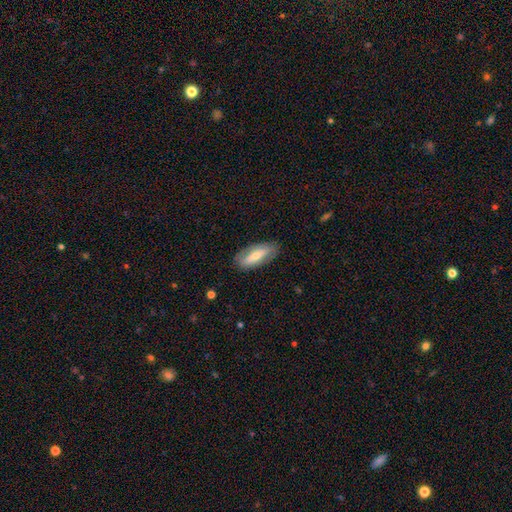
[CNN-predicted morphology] Smooth or featured: smooth — 49% (featured or disk — 45%)
Merging: none — 82% (minor disturbance — 13%)